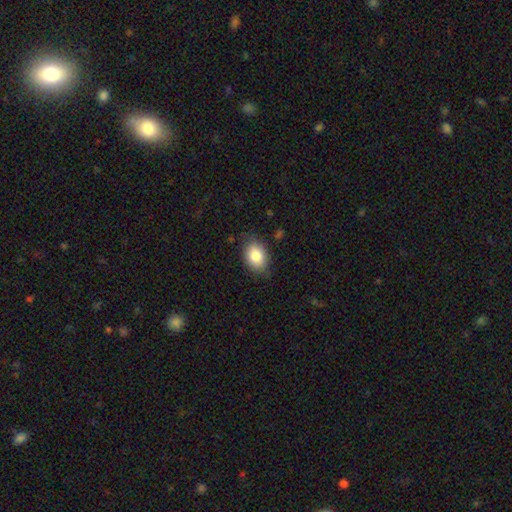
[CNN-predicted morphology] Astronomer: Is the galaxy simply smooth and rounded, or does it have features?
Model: smooth — 84%.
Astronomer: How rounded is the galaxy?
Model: in between — 77%.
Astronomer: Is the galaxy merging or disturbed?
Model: none — 80%.